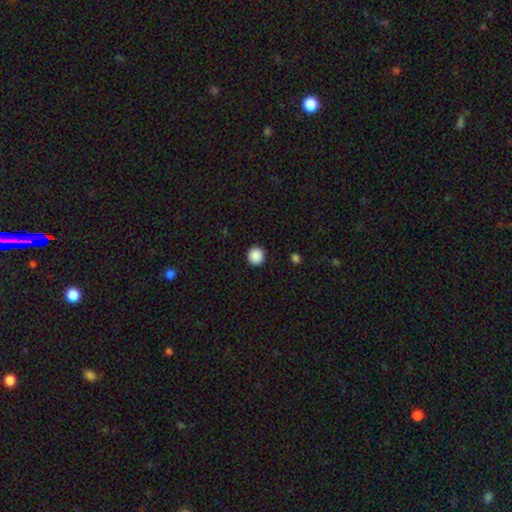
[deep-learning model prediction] Overall: smooth (89%). How rounded: round (94%). Merging: none (93%).